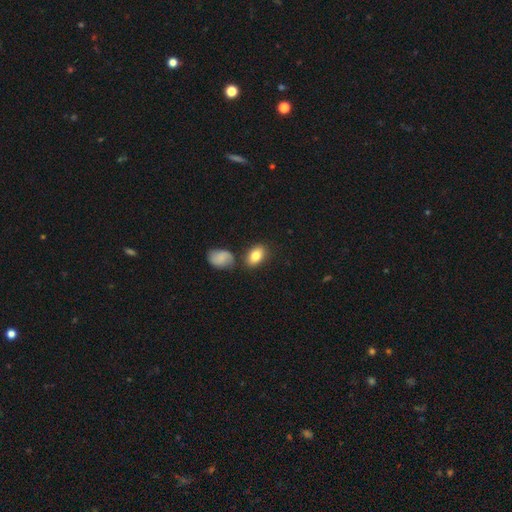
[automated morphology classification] smooth-or-featured: smooth: 83% | featured or disk: 9% | star or artifact: 7%
  how-rounded: in between: 87% | round: 12% | cigar-shaped: 2%
  merging: none: 73% | minor disturbance: 14% | merger: 10% | major disturbance: 4%